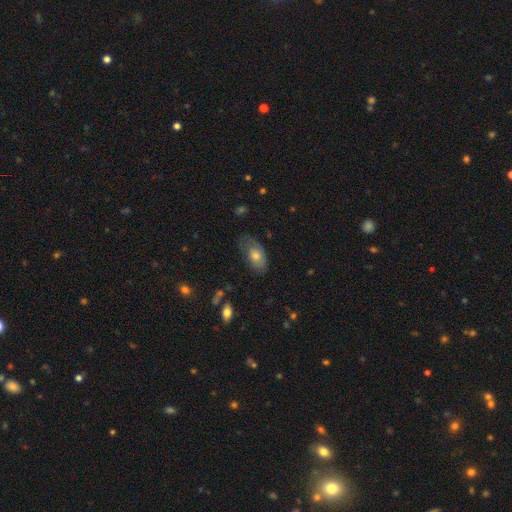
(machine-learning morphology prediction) Smooth or featured? Predicted: smooth (p=0.60). How rounded? Predicted: in between (p=0.90). Merging? Predicted: none (p=0.58).